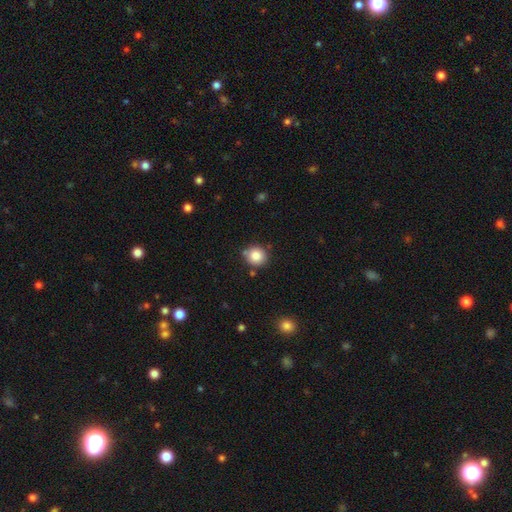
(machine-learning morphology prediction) Smooth or featured? smooth (84%)
How rounded? round (88%)
Merging? none (80%)